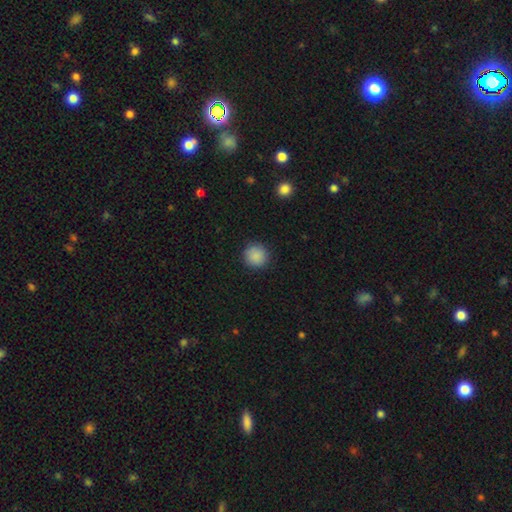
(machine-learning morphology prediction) The model was most divided on "smooth or featured": smooth: 88%, star or artifact: 8%, featured or disk: 3%. More confident: how rounded — round (94%); merging — none (91%).